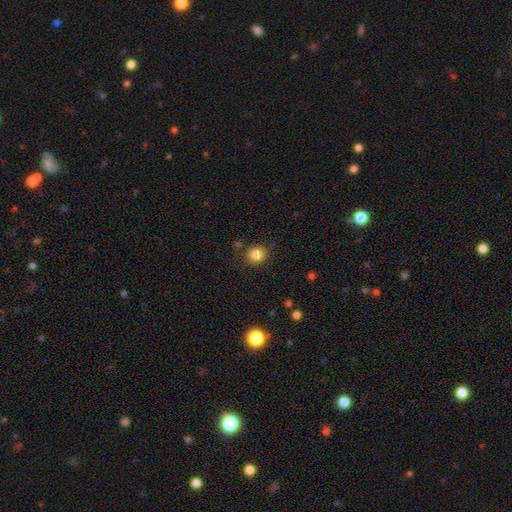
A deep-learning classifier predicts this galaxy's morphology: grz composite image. It shows a smooth galaxy with no disk features (84%) that is round (74%). Merging: none (83%).